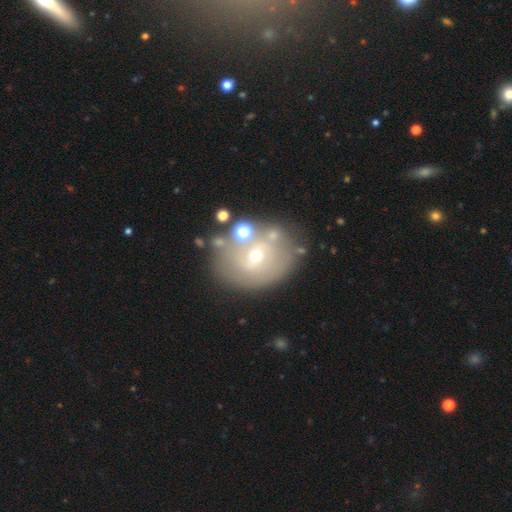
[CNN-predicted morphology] A featured or disk galaxy (54%) with no bar (62%), no spiral arms (60%) and a small central bulge (57%). Merging: none (65%).